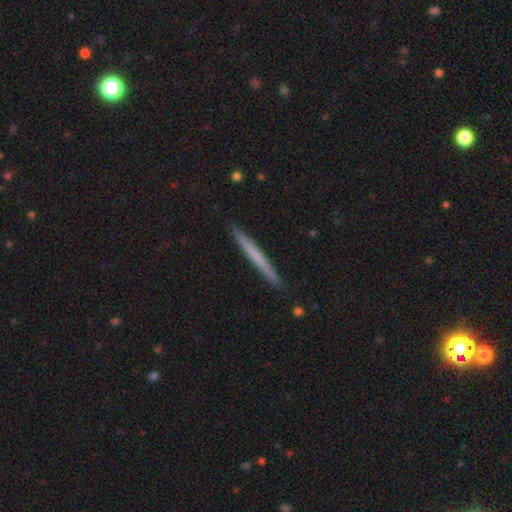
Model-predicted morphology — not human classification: type=smooth (57%); roundness=cigar-shaped (97%); merging=none (91%).